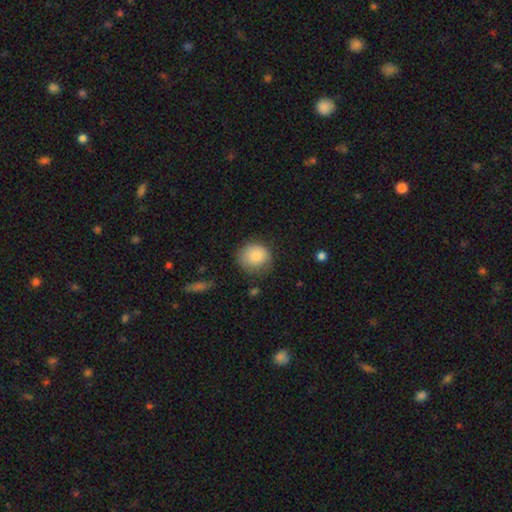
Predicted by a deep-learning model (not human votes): Smooth or featured? smooth (85%)
How rounded? round (81%)
Merging? none (71%)